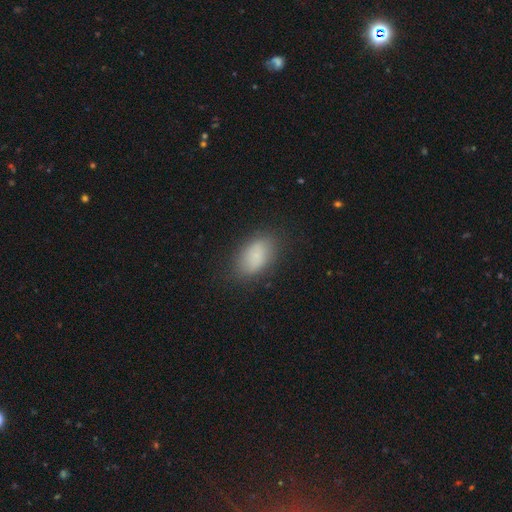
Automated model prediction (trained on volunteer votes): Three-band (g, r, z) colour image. It shows a smooth galaxy with no disk features (81%) that is in between round and cigar-shaped (90%). Merging: none (80%).